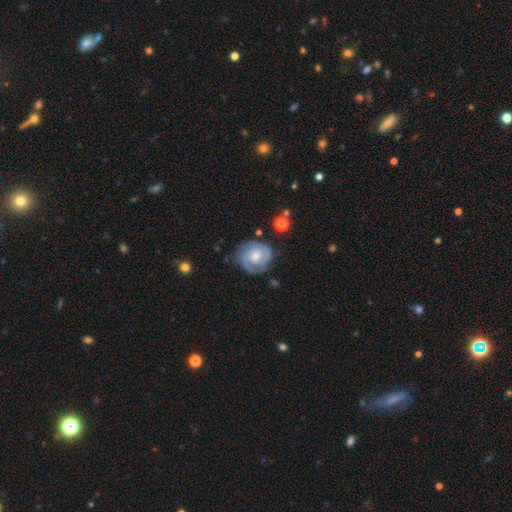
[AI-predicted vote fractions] smooth_or_featured: featured or disk (p=0.80) [alt: smooth p=0.15]
disk_edge_on: no (p=0.98) [alt: yes p=0.02]
bar: no (p=0.66) [alt: weak p=0.29]
has_spiral_arms: yes (p=0.95) [alt: no p=0.05]
spiral_winding: tight (p=0.67) [alt: medium p=0.28]
spiral_arm_count: 2 (p=0.64) [alt: can't tell p=0.14]
bulge_size: moderate (p=0.48) [alt: small p=0.44]
merging: none (p=0.75) [alt: minor disturbance p=0.18]